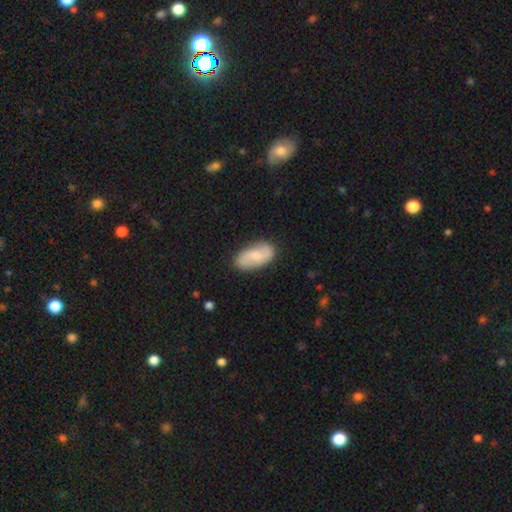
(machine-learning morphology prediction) This is possibly a smooth galaxy (48%). Merging: clearly none (83%).